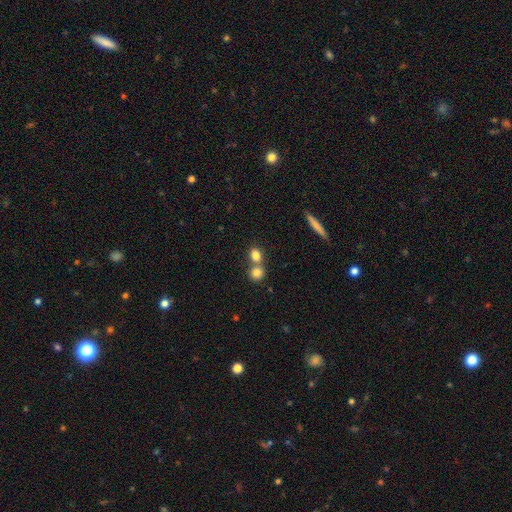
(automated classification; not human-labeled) A smooth galaxy with no disk features (80%) that is round (67%).

Vote fractions:
- Smooth or featured? smooth: 80% / star or artifact: 10% / featured or disk: 9%
- How rounded? round: 67% / in between: 31% / cigar-shaped: 2%
- Merging? merger: 47% / none: 44% / minor disturbance: 7% / major disturbance: 3%